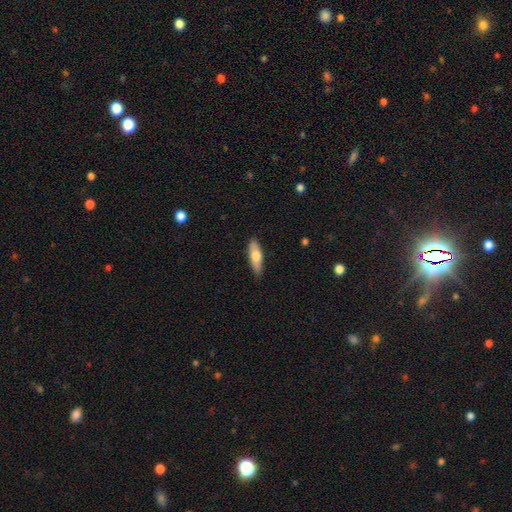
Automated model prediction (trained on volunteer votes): Smooth or featured? smooth (67%)
How rounded? cigar-shaped (53%)
Merging? none (86%)